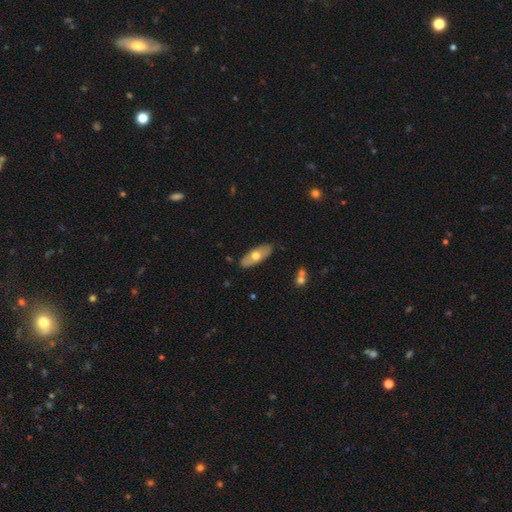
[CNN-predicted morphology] type=smooth (57%); roundness=in between (76%); merging=none (86%).